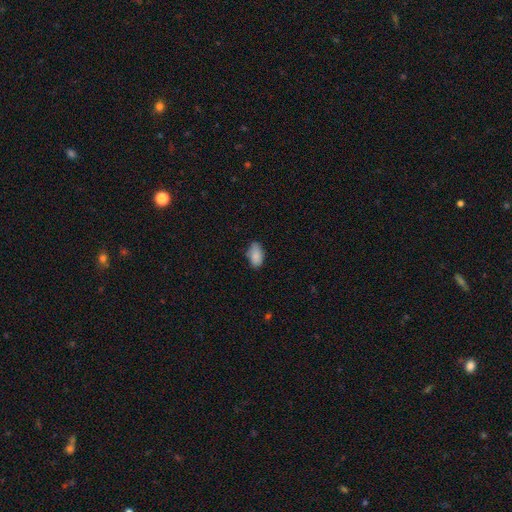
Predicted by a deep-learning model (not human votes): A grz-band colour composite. It shows a smooth galaxy with no disk features (86%) that is in between round and cigar-shaped (93%). Merging: none (66%).